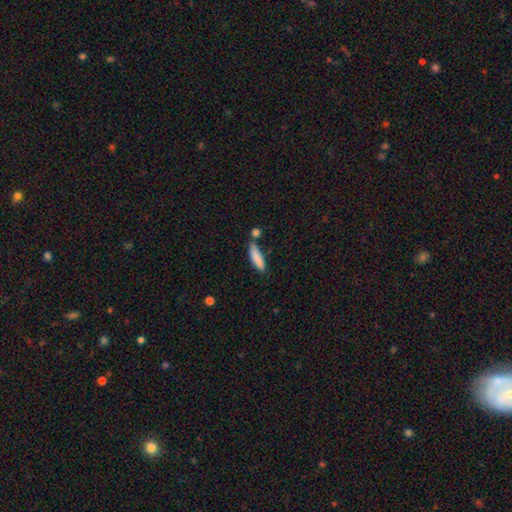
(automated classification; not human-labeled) smooth 85%, featured or disk 9%, star or artifact 6%. Down the decision tree: how rounded — cigar-shaped (68%); merging — none (65%).